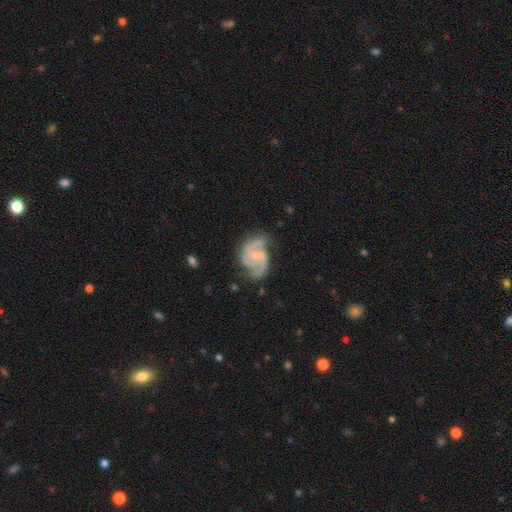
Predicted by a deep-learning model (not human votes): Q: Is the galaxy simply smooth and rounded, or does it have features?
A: featured or disk — 88%.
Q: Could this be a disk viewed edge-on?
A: no — 98%.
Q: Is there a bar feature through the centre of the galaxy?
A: no — 60%.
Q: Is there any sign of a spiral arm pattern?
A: yes — 97%.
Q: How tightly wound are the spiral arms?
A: medium — 54%.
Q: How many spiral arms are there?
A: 2 — 48%.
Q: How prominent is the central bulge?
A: small — 66%.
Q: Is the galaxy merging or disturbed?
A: none — 58%.